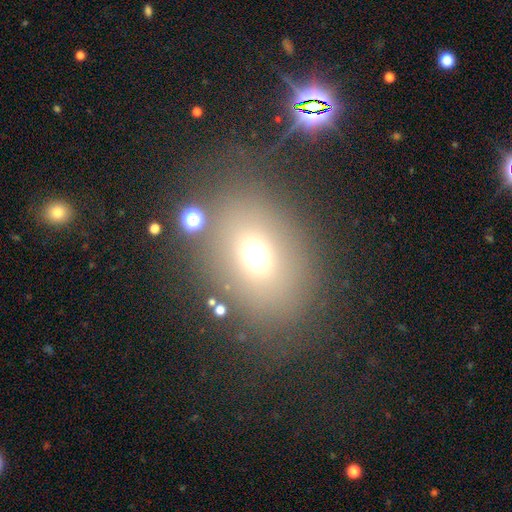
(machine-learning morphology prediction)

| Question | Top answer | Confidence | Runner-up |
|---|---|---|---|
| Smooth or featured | smooth | 65% | star or artifact (22%) |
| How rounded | in between | 61% | round (37%) |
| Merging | none | 74% | minor disturbance (12%) |